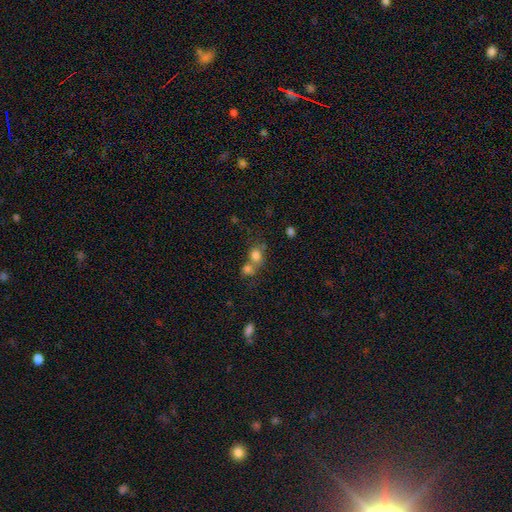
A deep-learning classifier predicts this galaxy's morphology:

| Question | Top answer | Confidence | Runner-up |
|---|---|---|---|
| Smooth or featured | smooth | 77% | star or artifact (13%) |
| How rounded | round | 72% | in between (27%) |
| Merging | merger | 52% | none (36%) |